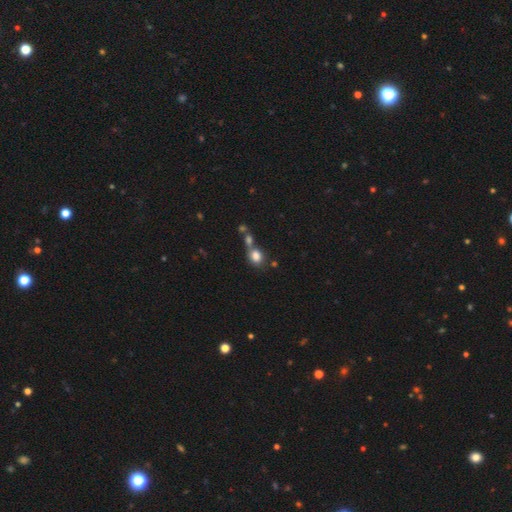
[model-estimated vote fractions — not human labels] This is clearly a smooth galaxy (81%). How rounded: possibly round (52%). Merging: marginally merger (44%).